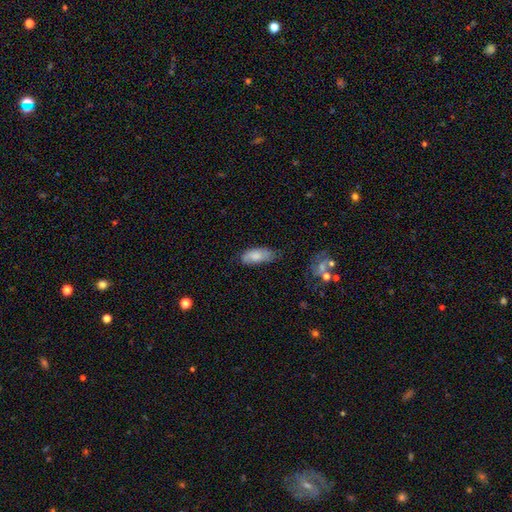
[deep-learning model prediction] A smooth galaxy with no disk features (77%) that is in between round and cigar-shaped (82%). Merging: none (61%).